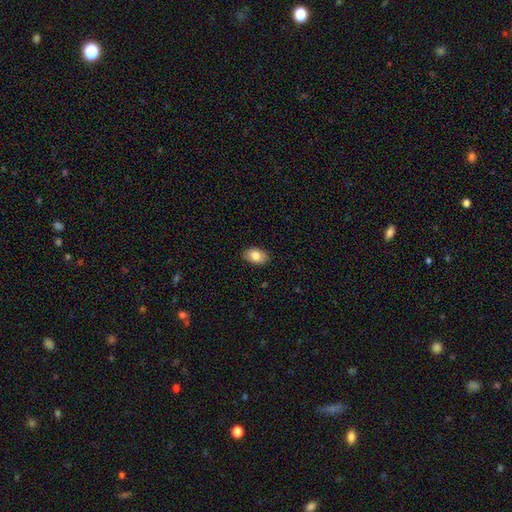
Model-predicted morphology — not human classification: The model was most divided on "smooth or featured": smooth: 83%, featured or disk: 10%, star or artifact: 7%. More confident: merging — none (88%); how rounded — in between (88%).